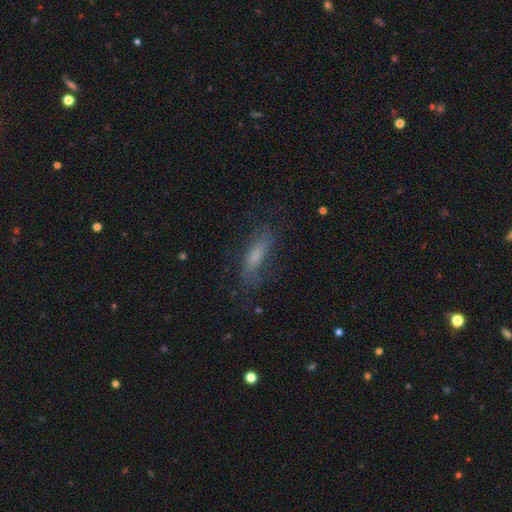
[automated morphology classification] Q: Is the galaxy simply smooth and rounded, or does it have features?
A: smooth — 52%.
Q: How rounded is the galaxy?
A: cigar-shaped — 53%.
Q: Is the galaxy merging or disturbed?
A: none — 66%.